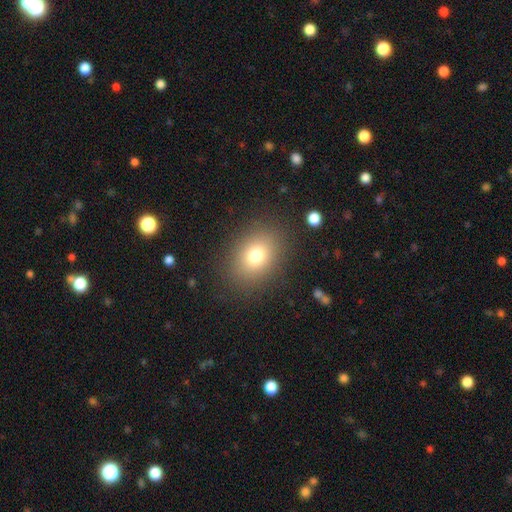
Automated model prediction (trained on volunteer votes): This is likely a smooth galaxy (75%). How rounded: possibly in between (58%). Merging: clearly none (85%).